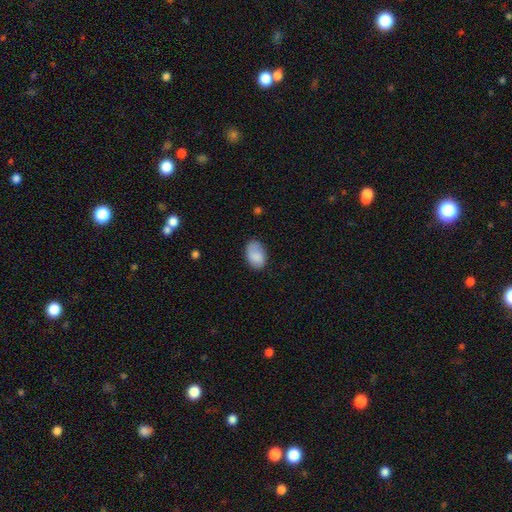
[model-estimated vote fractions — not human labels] Smooth or featured? Predicted: smooth (p=0.84). How rounded? Predicted: in between (p=0.87). Merging? Predicted: none (p=0.71).